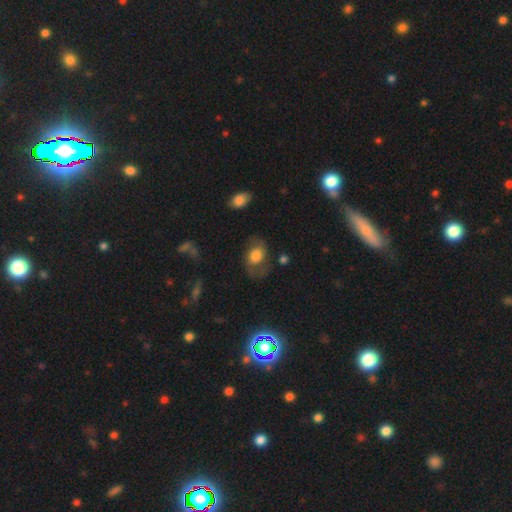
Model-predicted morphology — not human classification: smooth-or-featured: smooth: 52% | featured or disk: 39% | star or artifact: 9%
  how-rounded: in between: 67% | round: 32% | cigar-shaped: 1%
  merging: none: 59% | minor disturbance: 21% | major disturbance: 17% | merger: 2%